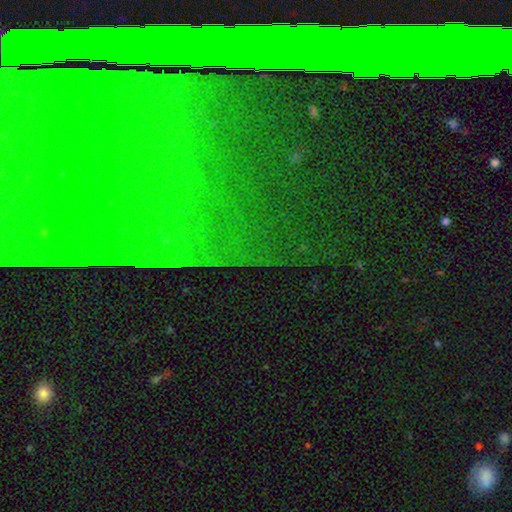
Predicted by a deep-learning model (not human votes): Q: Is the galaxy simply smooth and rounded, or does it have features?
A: star or artifact — 75%.